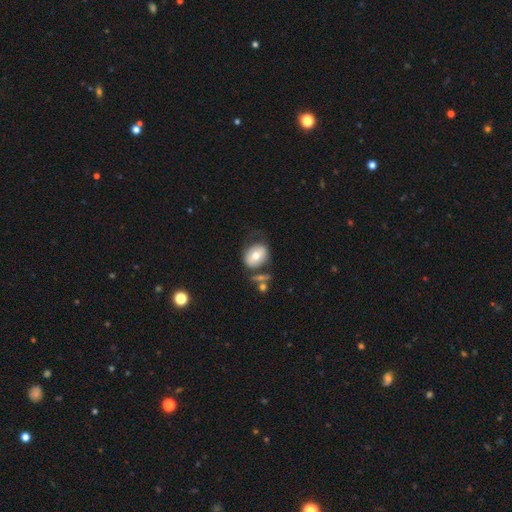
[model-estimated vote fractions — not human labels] Smooth or featured? smooth (64%)
How rounded? in between (54%)
Merging? none (53%)